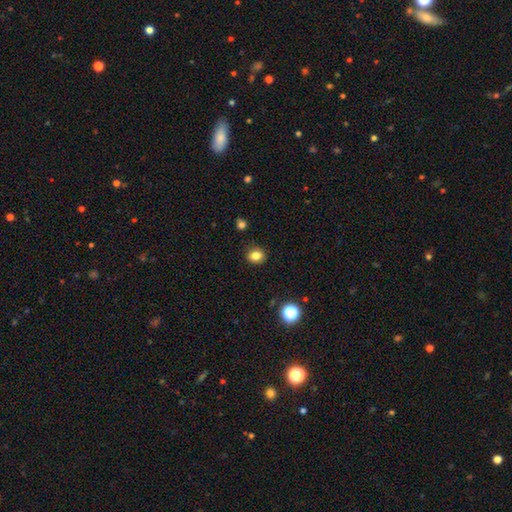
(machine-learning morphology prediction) Q: Smooth or featured?
A: smooth (82%); runner-up: star or artifact (12%)
Q: How rounded?
A: round (70%); runner-up: in between (29%)
Q: Merging?
A: none (89%); runner-up: minor disturbance (7%)